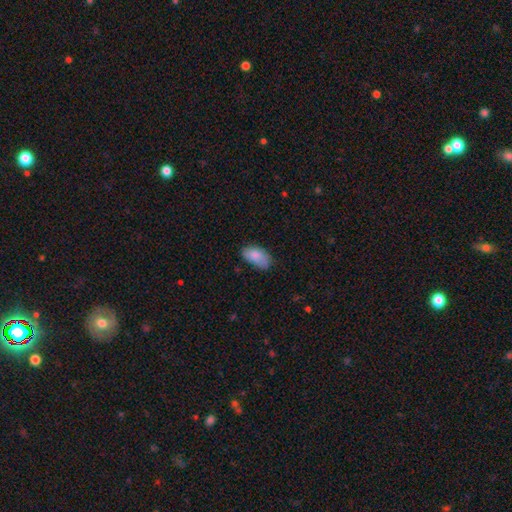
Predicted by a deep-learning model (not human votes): A smooth galaxy with no disk features (84%) that is in between round and cigar-shaped (94%). Merging: none (66%).